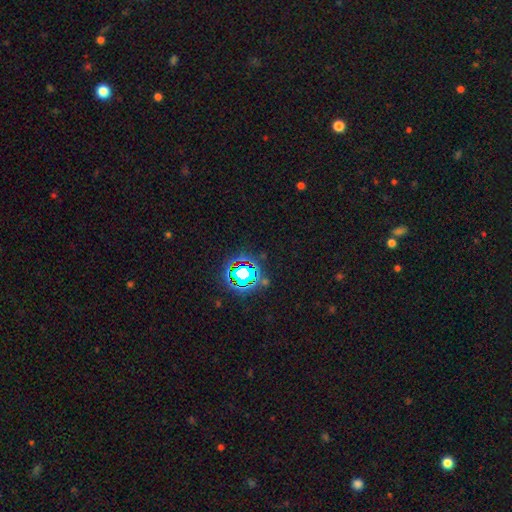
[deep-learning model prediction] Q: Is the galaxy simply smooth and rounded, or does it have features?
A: star or artifact — 78%.